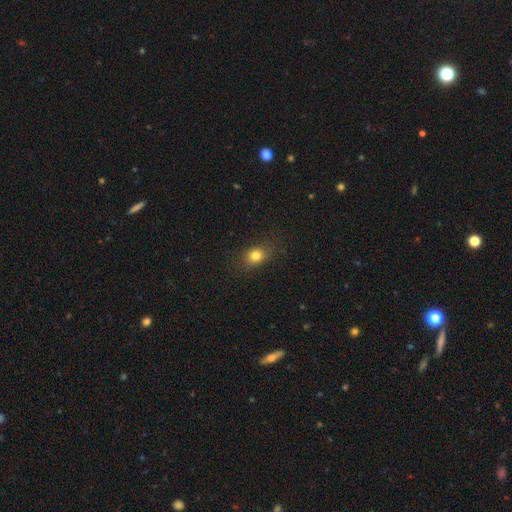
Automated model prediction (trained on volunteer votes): A smooth galaxy with no disk features (79%) that is round (56%). Merging: none (82%).